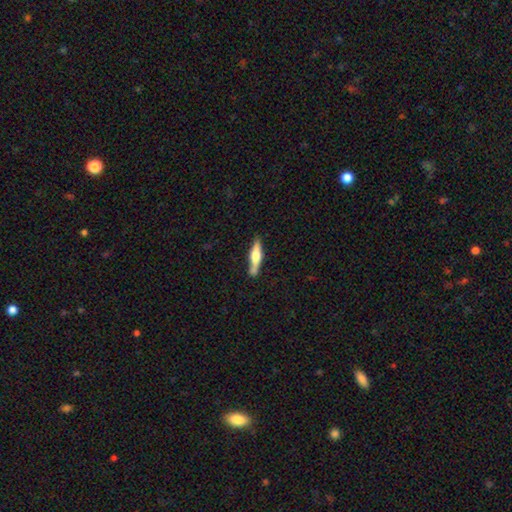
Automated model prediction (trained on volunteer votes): Smooth or featured: featured or disk — 49% (smooth — 45%)
Merging: none — 72% (minor disturbance — 17%)